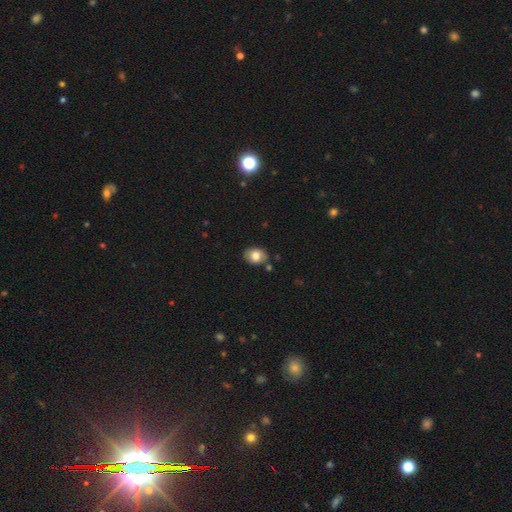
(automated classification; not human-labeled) smooth-or-featured: smooth: 78% | featured or disk: 14% | star or artifact: 8%
  how-rounded: in between: 64% | round: 35% | cigar-shaped: 1%
  merging: none: 79% | minor disturbance: 13% | merger: 5% | major disturbance: 3%